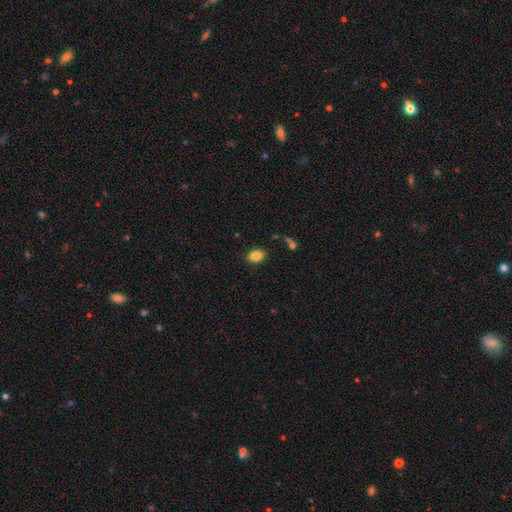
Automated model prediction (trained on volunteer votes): smooth 86%, star or artifact 9%, featured or disk 5%. Down the decision tree: how rounded — in between (83%); merging — none (86%).